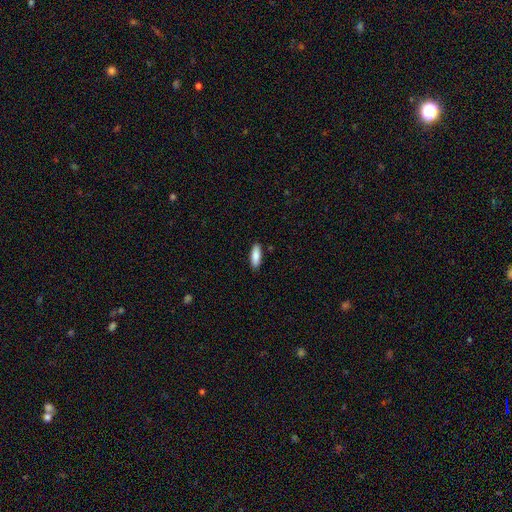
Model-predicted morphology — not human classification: A smooth galaxy with no disk features (87%) that is in between round and cigar-shaped (65%).

Vote fractions:
- Smooth or featured? smooth: 87% / featured or disk: 8% / star or artifact: 6%
- How rounded? in between: 65% / cigar-shaped: 34% / round: 2%
- Merging? none: 89% / minor disturbance: 8% / major disturbance: 2% / merger: 1%